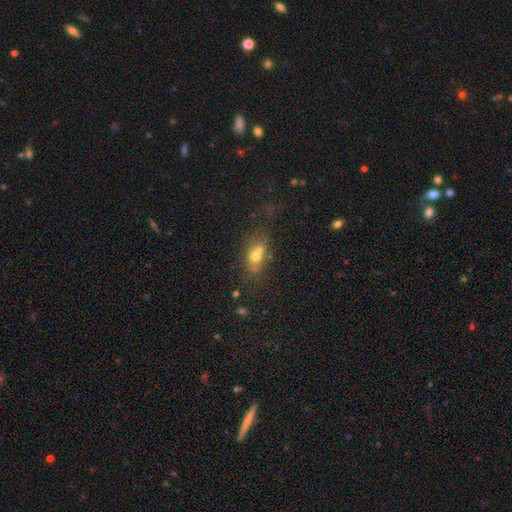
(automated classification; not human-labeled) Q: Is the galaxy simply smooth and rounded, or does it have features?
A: smooth — 55%.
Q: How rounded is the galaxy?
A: in between — 53%.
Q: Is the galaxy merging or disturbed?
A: merger — 49%.